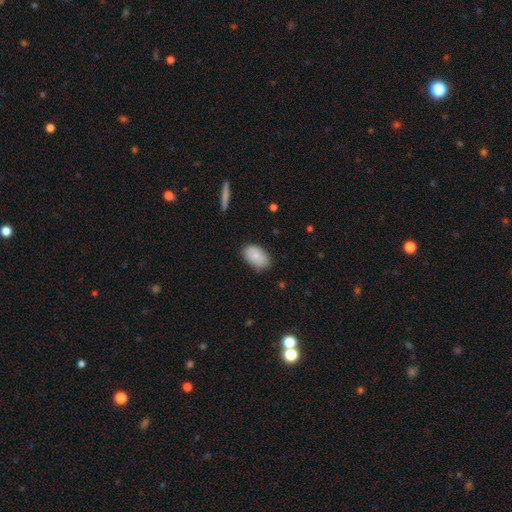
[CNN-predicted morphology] A smooth galaxy with no disk features (81%) that is in between round and cigar-shaped (92%). Merging: none (80%).